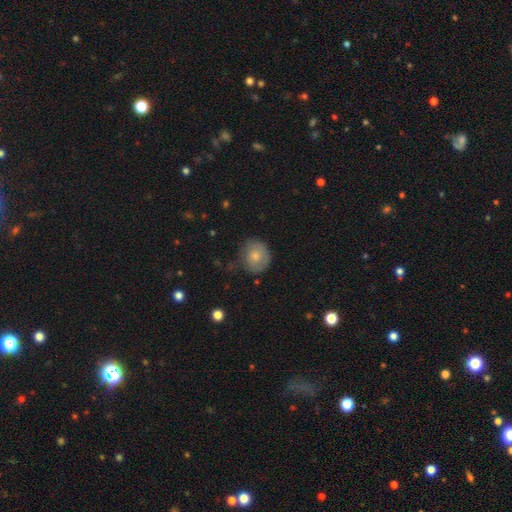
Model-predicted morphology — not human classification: smooth-or-featured: smooth: 68% | featured or disk: 25% | star or artifact: 7%
  how-rounded: round: 78% | in between: 21% | cigar-shaped: 1%
  merging: none: 69% | minor disturbance: 23% | major disturbance: 7% | merger: 2%